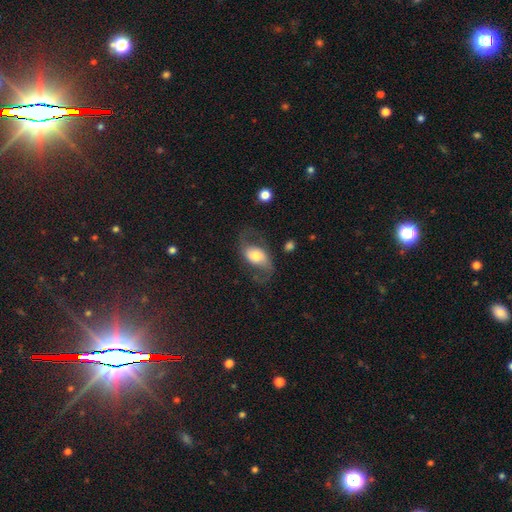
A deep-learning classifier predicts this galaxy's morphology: Q: Smooth or featured?
A: featured or disk (67%); runner-up: smooth (26%)
Q: Edge-on disk?
A: no (96%); runner-up: yes (4%)
Q: Bar?
A: no (51%); runner-up: weak (34%)
Q: Spiral arms?
A: yes (90%); runner-up: no (10%)
Q: Spiral winding?
A: loose (65%); runner-up: medium (29%)
Q: Spiral arm count?
A: 2 (92%); runner-up: can't tell (3%)
Q: Bulge size?
A: moderate (43%); runner-up: large (33%)
Q: Merging?
A: none (65%); runner-up: major disturbance (17%)